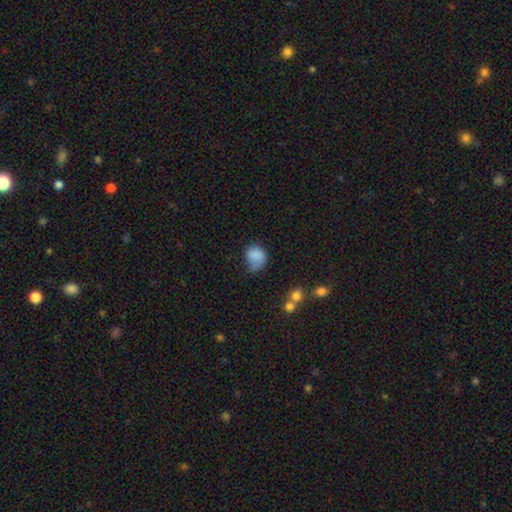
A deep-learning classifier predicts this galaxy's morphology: A smooth galaxy with no disk features (80%) that is round (58%). Merging: minor disturbance (37%).